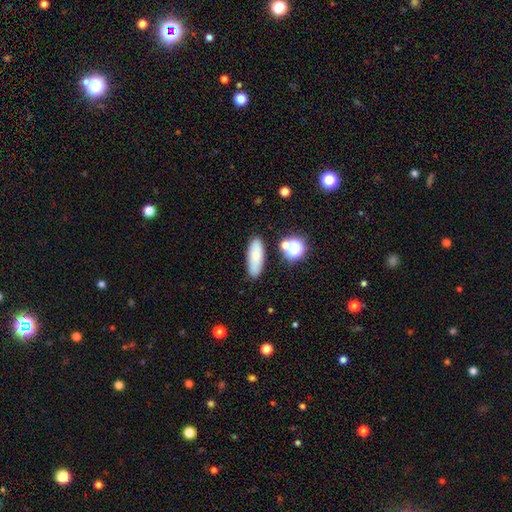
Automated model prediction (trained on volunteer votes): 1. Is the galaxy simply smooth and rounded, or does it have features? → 75% smooth, 14% featured or disk, 11% star or artifact.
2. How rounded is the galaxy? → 58% in between, 37% cigar-shaped, 4% round.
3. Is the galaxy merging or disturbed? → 82% none, 11% minor disturbance, 4% merger, 3% major disturbance.